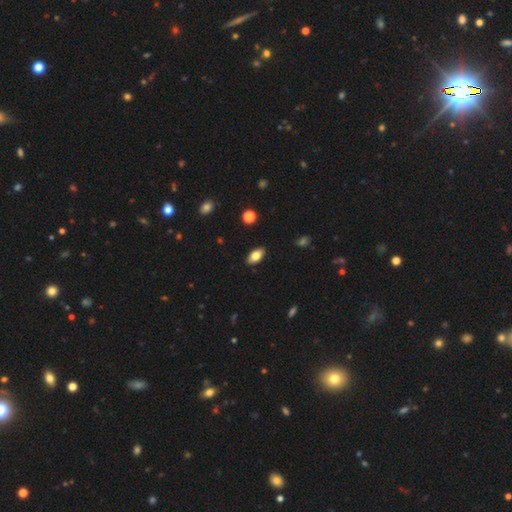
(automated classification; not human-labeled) Smooth or featured: smooth — 77% (featured or disk — 15%)
How rounded: in between — 91% (round — 5%)
Merging: none — 88% (minor disturbance — 10%)